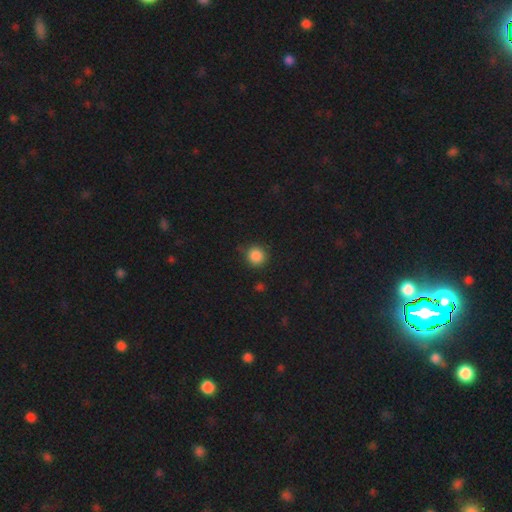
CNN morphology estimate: Q: Smooth or featured?
A: smooth (87%); runner-up: star or artifact (10%)
Q: How rounded?
A: round (92%); runner-up: in between (7%)
Q: Merging?
A: none (85%); runner-up: minor disturbance (11%)